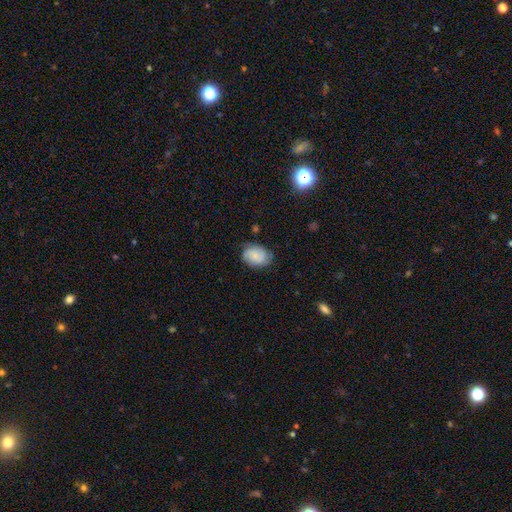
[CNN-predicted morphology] Smooth or featured? Predicted: smooth (p=0.61). How rounded? Predicted: in between (p=0.74). Merging? Predicted: none (p=0.74).